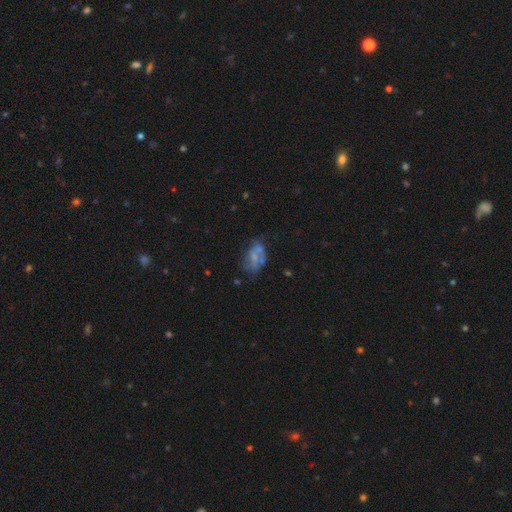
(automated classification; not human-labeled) Smooth or featured?
  - featured or disk: 48% *
  - smooth: 39%
  - star or artifact: 14%
Merging?
  - none: 39% *
  - minor disturbance: 24%
  - major disturbance: 20%
  - merger: 17%